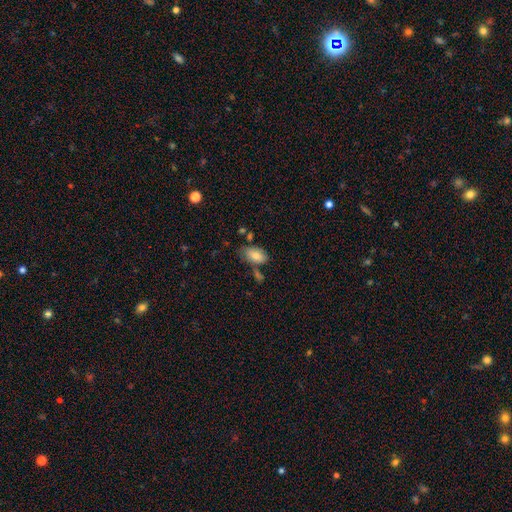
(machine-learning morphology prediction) type=smooth (78%); roundness=in between (93%); merging=none (59%).